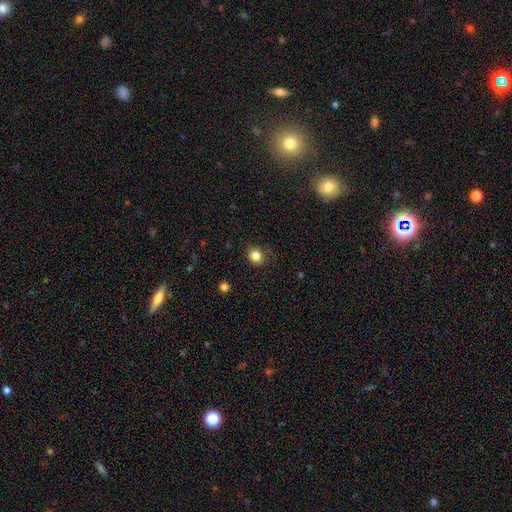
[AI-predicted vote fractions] Morphology: type=smooth (84%); roundness=round (77%); merging=none (82%).